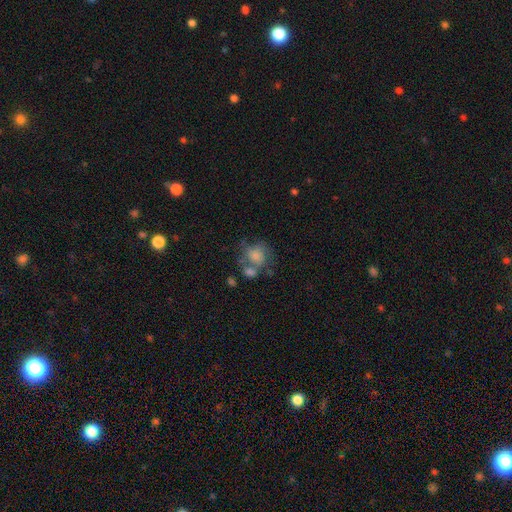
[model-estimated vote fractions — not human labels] The model was most divided on "merging": none: 35%, merger: 31%, minor disturbance: 18%, major disturbance: 16%. More confident: how rounded — round (64%); smooth or featured — smooth (63%).